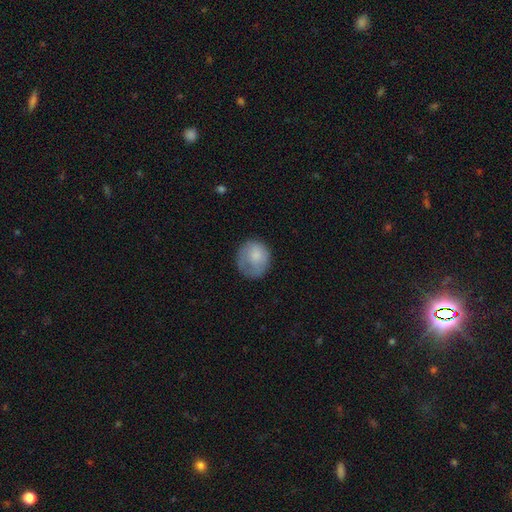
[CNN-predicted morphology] Q: Smooth or featured?
A: smooth (76%); runner-up: featured or disk (16%)
Q: How rounded?
A: round (77%); runner-up: in between (23%)
Q: Merging?
A: none (57%); runner-up: minor disturbance (26%)